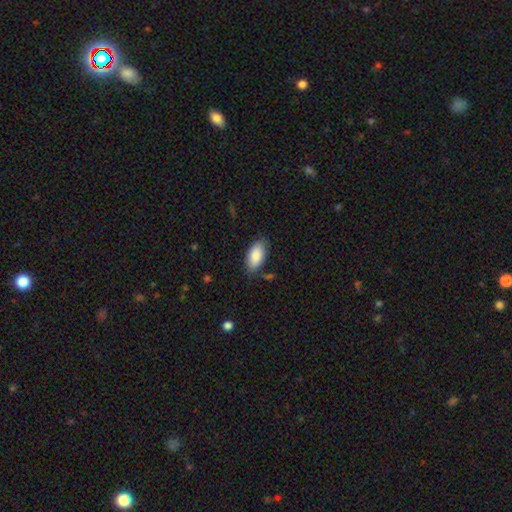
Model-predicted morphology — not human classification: Smooth or featured? smooth (85%)
How rounded? in between (94%)
Merging? none (77%)